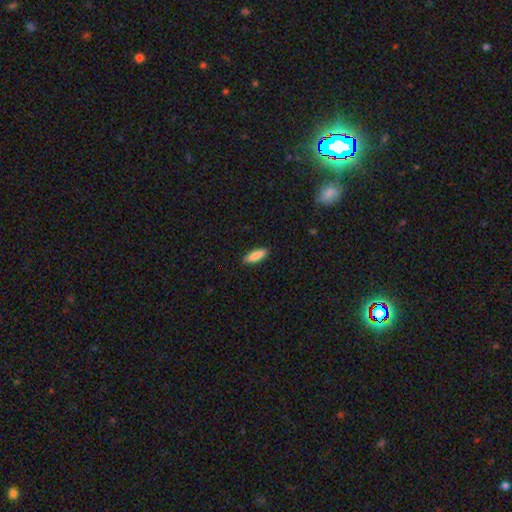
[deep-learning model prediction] smooth_or_featured: smooth (p=0.84) [alt: featured or disk p=0.10]
how_rounded: cigar-shaped (p=0.51) [alt: in between p=0.47]
merging: none (p=0.89) [alt: minor disturbance p=0.08]